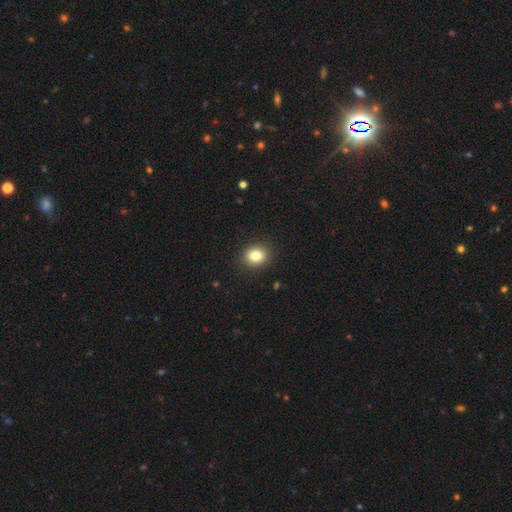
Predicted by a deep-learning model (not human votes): smooth 83%, star or artifact 11%, featured or disk 7%. Down the decision tree: how rounded — round (67%); merging — none (90%).